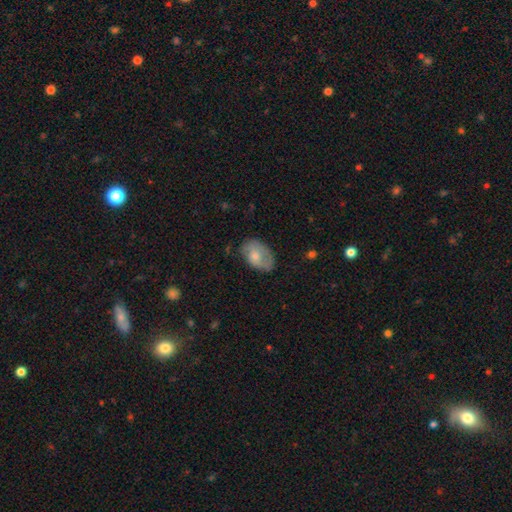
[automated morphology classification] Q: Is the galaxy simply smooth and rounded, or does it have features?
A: smooth — 65%.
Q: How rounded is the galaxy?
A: in between — 87%.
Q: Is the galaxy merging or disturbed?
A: none — 58%.